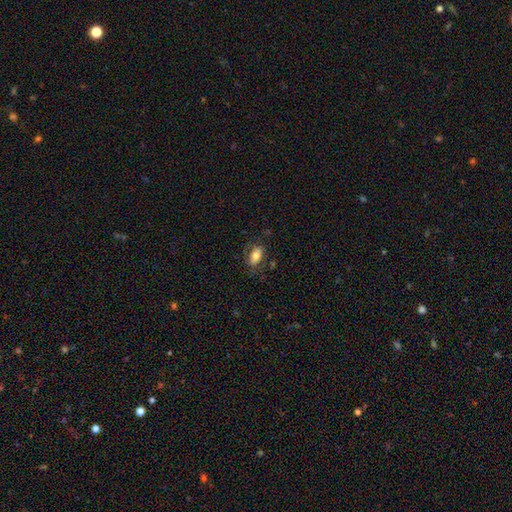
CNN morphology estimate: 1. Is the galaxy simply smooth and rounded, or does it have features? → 71% smooth, 22% featured or disk, 8% star or artifact.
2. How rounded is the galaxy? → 89% in between, 6% cigar-shaped, 5% round.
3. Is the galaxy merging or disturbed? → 67% none, 21% minor disturbance, 9% major disturbance, 2% merger.